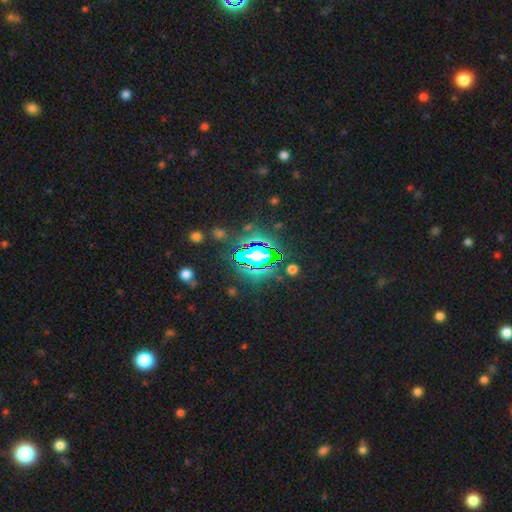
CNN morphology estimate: This appears to be a star or artifact, not a galaxy (71%).